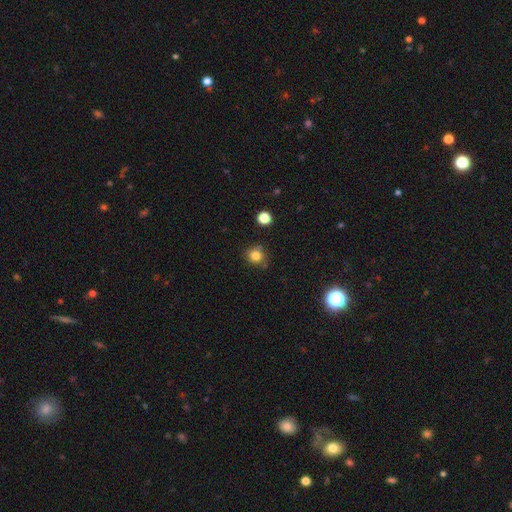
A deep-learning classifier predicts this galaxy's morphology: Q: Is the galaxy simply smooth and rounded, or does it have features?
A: smooth — 81%.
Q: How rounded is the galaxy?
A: round — 85%.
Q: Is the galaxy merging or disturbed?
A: none — 76%.